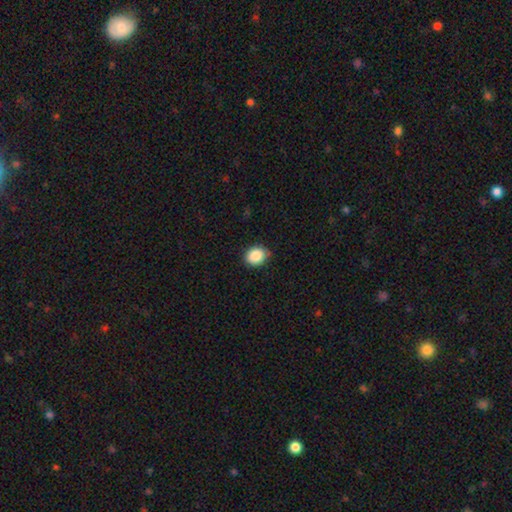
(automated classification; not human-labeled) A smooth galaxy with no disk features (88%) that is round (63%). Merging: none (83%).